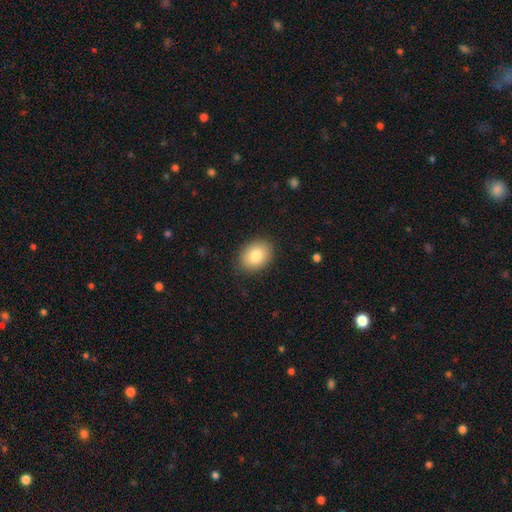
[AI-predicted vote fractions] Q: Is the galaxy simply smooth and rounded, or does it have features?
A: smooth — 81%.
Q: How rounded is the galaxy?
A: in between — 65%.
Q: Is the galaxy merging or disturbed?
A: none — 87%.